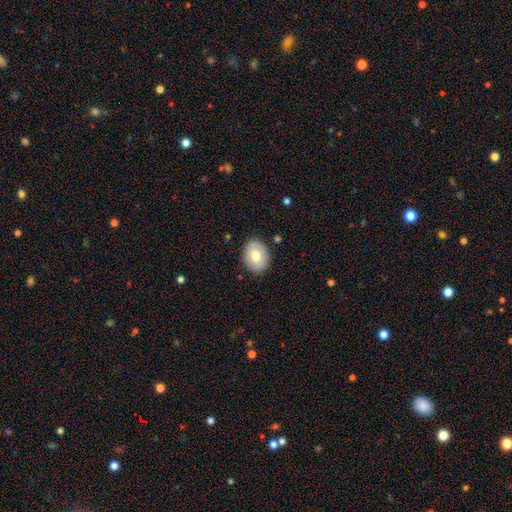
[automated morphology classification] smooth 65%, featured or disk 28%, star or artifact 7%. Down the decision tree: how rounded — in between (60%); merging — none (86%).